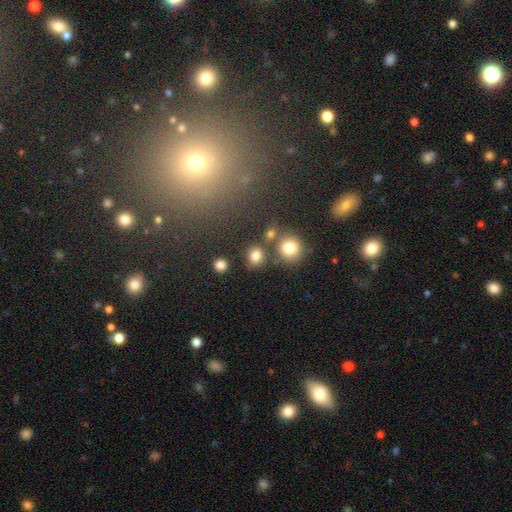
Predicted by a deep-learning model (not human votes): This appears to be a smooth galaxy with no disk features (80%) that is round (79%). Merging: none (75%).